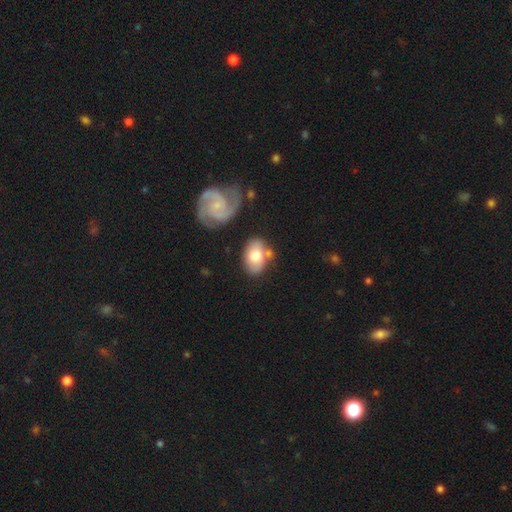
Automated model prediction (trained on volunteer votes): smooth_or_featured: smooth (p=0.63) [alt: featured or disk p=0.31]
how_rounded: in between (p=0.83) [alt: round p=0.15]
merging: none (p=0.57) [alt: minor disturbance p=0.21]